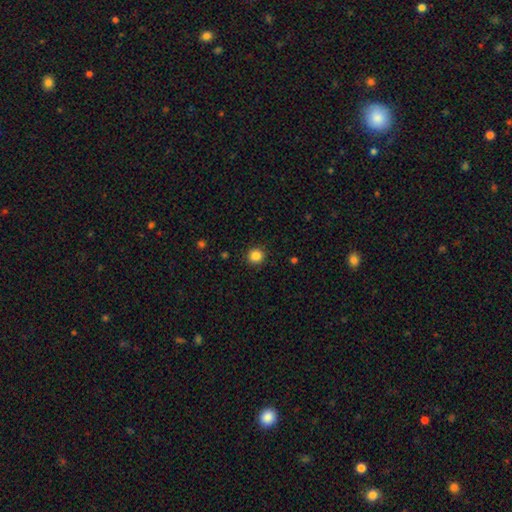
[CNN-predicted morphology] Smooth or featured? Predicted: smooth (p=0.86). How rounded? Predicted: round (p=0.93). Merging? Predicted: none (p=0.92).